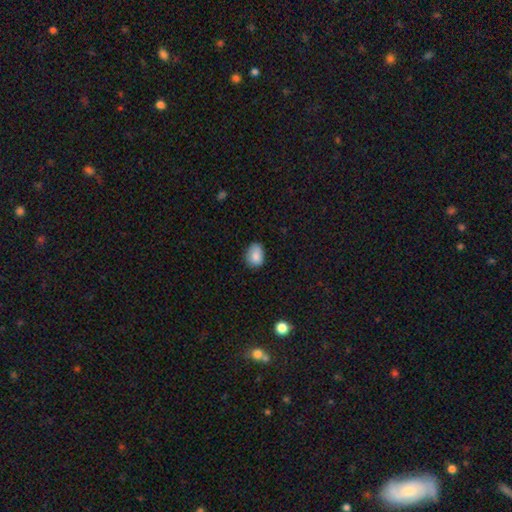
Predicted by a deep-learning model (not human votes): Smooth or featured? Predicted: smooth (p=0.85). How rounded? Predicted: in between (p=0.67). Merging? Predicted: none (p=0.72).